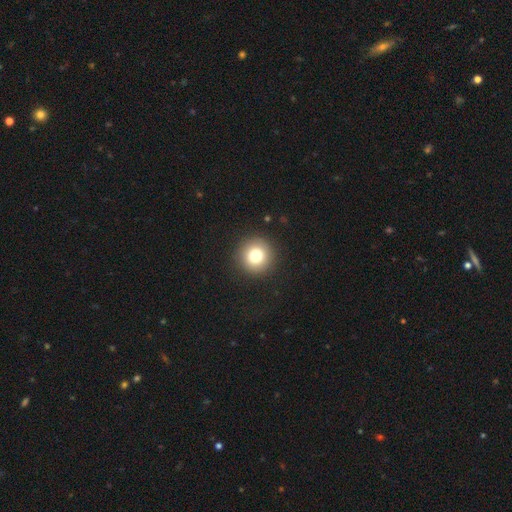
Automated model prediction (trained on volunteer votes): smooth 79%, star or artifact 11%, featured or disk 10%. Down the decision tree: how rounded — round (95%); merging — none (92%).